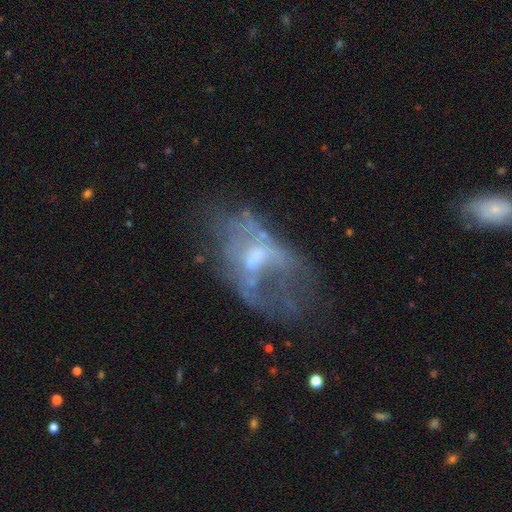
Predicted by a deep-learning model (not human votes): Morphology: type=featured or disk (65%); edge-on=no (95%); bar=no (64%); spiral arms=no (72%); bulge=moderate (36%); merging=major disturbance (44%).